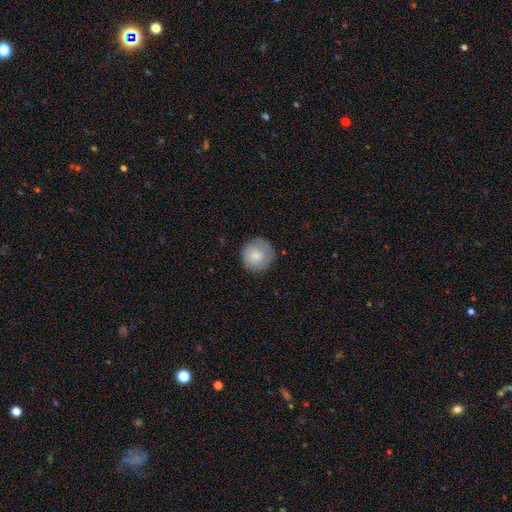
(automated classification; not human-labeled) The model was most divided on "smooth or featured": smooth: 81%, featured or disk: 12%, star or artifact: 7%. More confident: how rounded — round (94%); merging — none (83%).